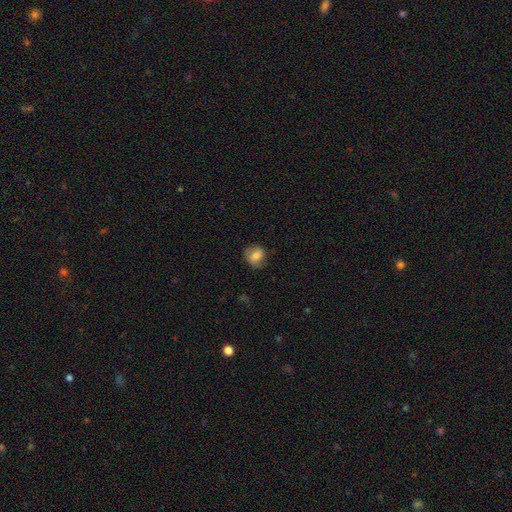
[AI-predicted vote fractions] Smooth or featured? smooth (76%)
How rounded? round (64%)
Merging? none (71%)